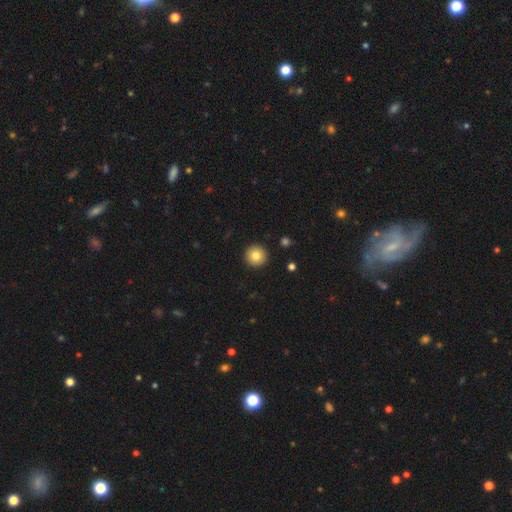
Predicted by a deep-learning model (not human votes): smooth_or_featured: smooth (p=0.83) [alt: star or artifact p=0.09]
how_rounded: round (p=0.96) [alt: in between p=0.03]
merging: none (p=0.93) [alt: minor disturbance p=0.04]